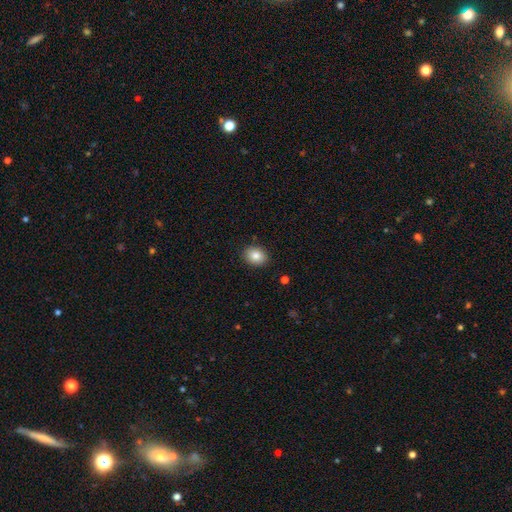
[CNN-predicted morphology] A smooth galaxy with no disk features (84%) that is in between round and cigar-shaped (54%).

Vote fractions:
- Smooth or featured? smooth: 84% / star or artifact: 9% / featured or disk: 7%
- How rounded? in between: 54% / round: 45% / cigar-shaped: 1%
- Merging? none: 89% / minor disturbance: 8% / major disturbance: 2% / merger: 1%